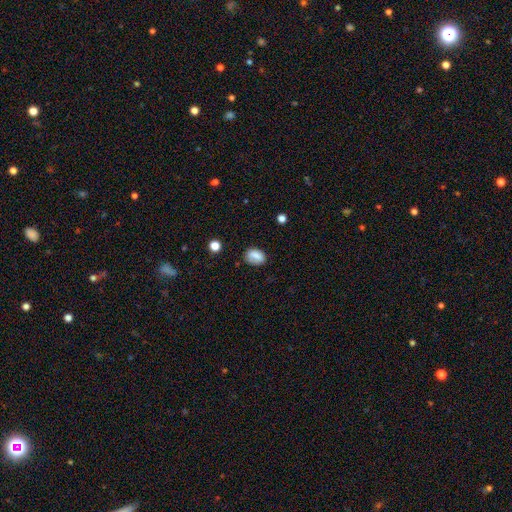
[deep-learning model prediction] Morphology: type=smooth (78%); roundness=in between (73%); merging=none (70%).